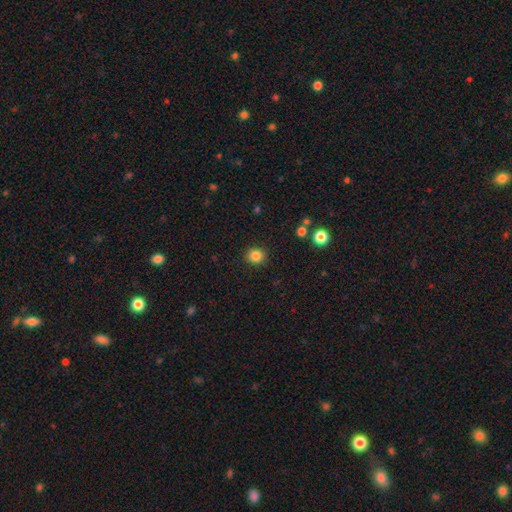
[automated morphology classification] A smooth galaxy with no disk features (84%) that is round (85%).

Vote fractions:
- Smooth or featured? smooth: 84% / star or artifact: 11% / featured or disk: 5%
- How rounded? round: 85% / in between: 14% / cigar-shaped: 1%
- Merging? none: 91% / minor disturbance: 6% / major disturbance: 2% / merger: 1%